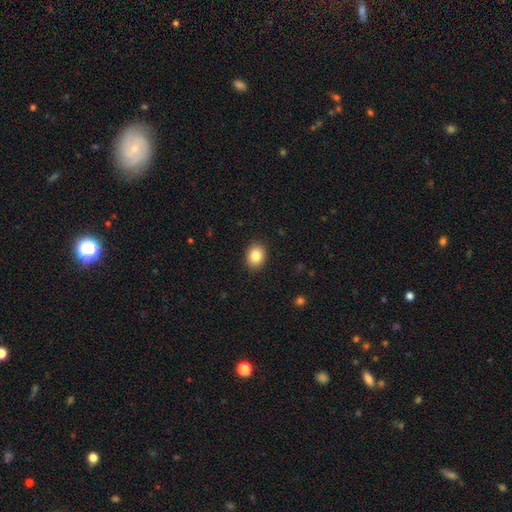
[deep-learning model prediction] smooth 85%, star or artifact 9%, featured or disk 6%. Down the decision tree: how rounded — in between (53%); merging — none (90%).